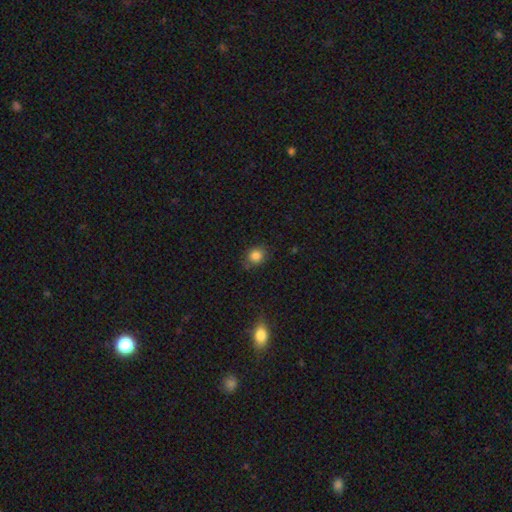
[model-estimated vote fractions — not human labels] Overall: smooth (83%). How rounded: round (75%). Merging: none (77%).